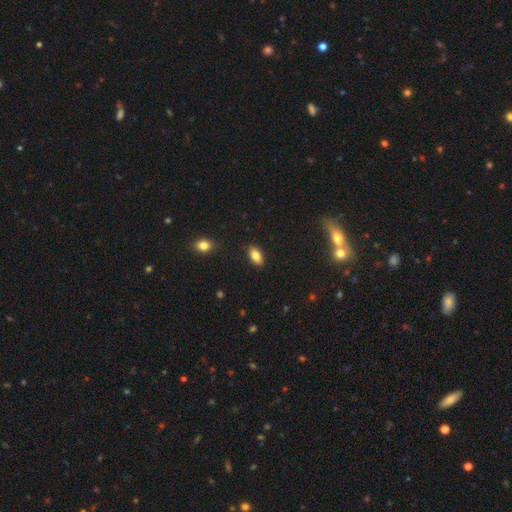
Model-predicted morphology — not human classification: smooth-or-featured: smooth: 82% | featured or disk: 9% | star or artifact: 8%
  how-rounded: in between: 90% | cigar-shaped: 5% | round: 5%
  merging: none: 87% | minor disturbance: 9% | major disturbance: 2% | merger: 1%